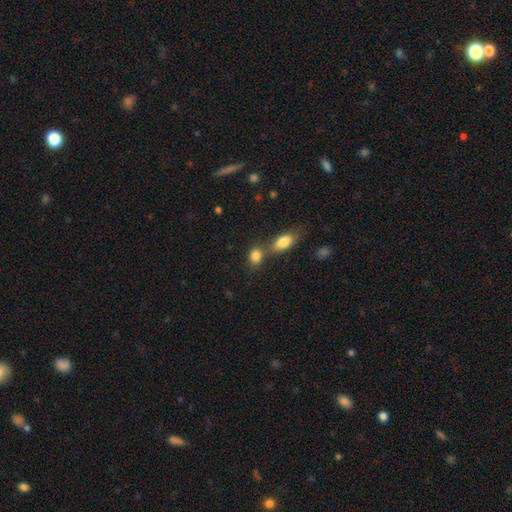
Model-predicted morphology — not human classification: This is clearly a smooth galaxy (84%). How rounded: possibly in between (57%). Merging: marginally merger (44%).